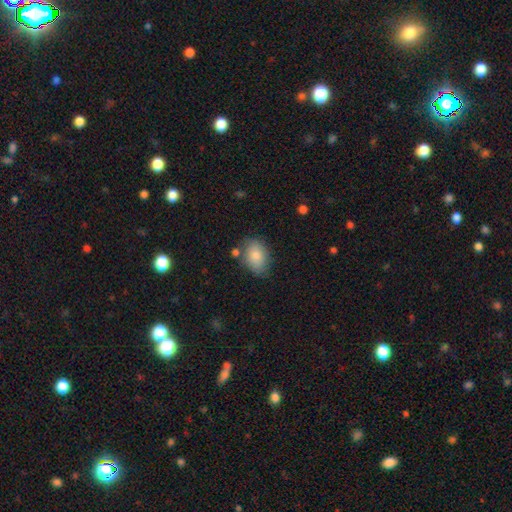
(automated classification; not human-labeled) Q: Smooth or featured?
A: smooth (83%); runner-up: featured or disk (10%)
Q: How rounded?
A: in between (83%); runner-up: round (16%)
Q: Merging?
A: none (68%); runner-up: minor disturbance (20%)